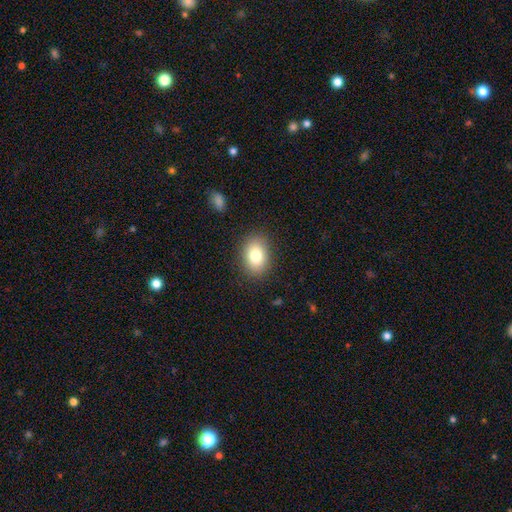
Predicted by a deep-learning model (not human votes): Smooth or featured: smooth — 81% (featured or disk — 10%)
How rounded: in between — 71% (round — 28%)
Merging: none — 87% (minor disturbance — 9%)